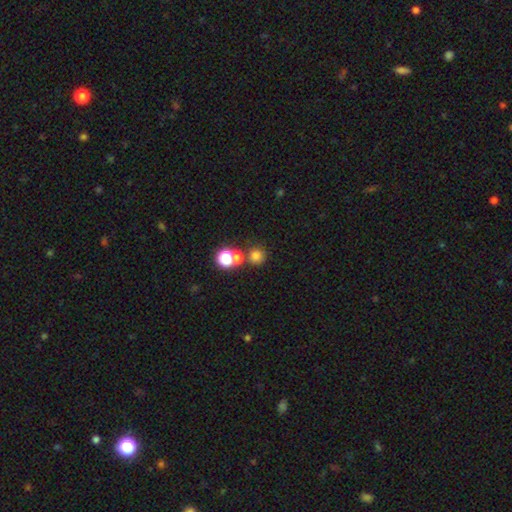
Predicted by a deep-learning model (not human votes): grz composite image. It shows a smooth galaxy with no disk features (73%) that is round (92%). Merging: none (68%).